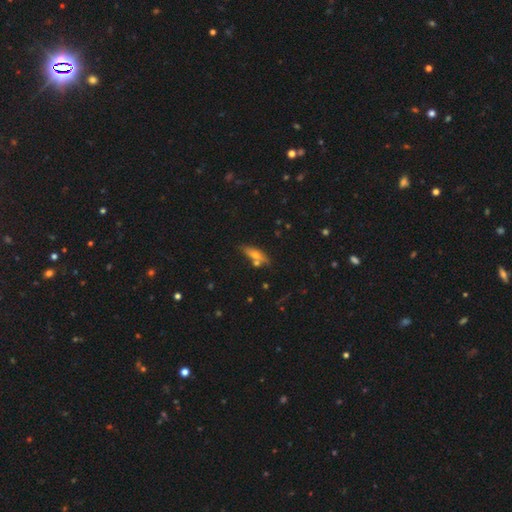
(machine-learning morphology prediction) Q: Smooth or featured?
A: smooth (55%); runner-up: featured or disk (35%)
Q: How rounded?
A: cigar-shaped (49%); runner-up: in between (48%)
Q: Merging?
A: none (65%); runner-up: merger (15%)